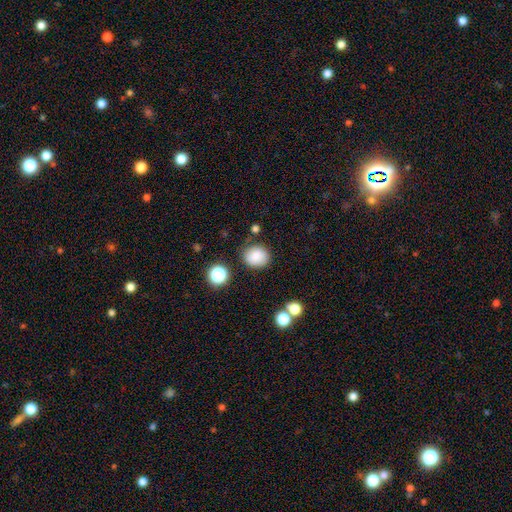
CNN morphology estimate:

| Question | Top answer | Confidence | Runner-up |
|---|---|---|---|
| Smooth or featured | smooth | 83% | star or artifact (10%) |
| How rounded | round | 77% | in between (22%) |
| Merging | none | 82% | minor disturbance (12%) |